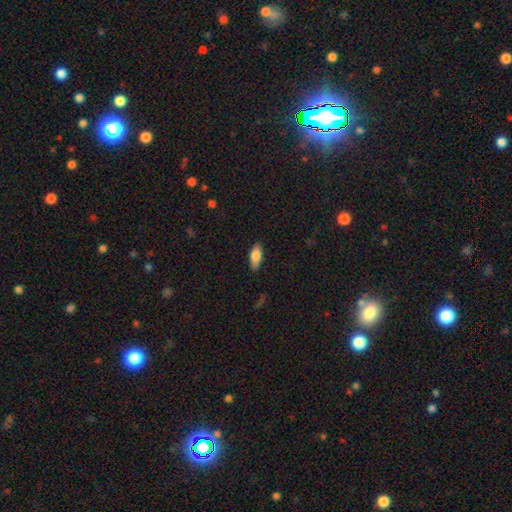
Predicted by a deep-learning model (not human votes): Smooth or featured? Predicted: smooth (p=0.79). How rounded? Predicted: in between (p=0.81). Merging? Predicted: none (p=0.87).